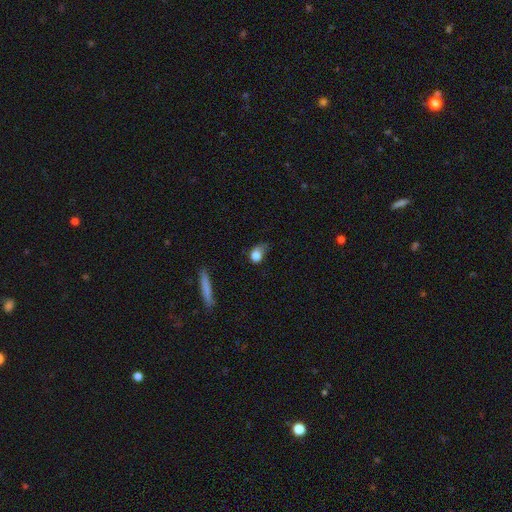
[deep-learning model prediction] Smooth or featured?
  - smooth: 78% *
  - featured or disk: 13%
  - star or artifact: 9%
How rounded?
  - in between: 59% *
  - round: 37%
  - cigar-shaped: 4%
Merging?
  - minor disturbance: 38% *
  - none: 30%
  - major disturbance: 28%
  - merger: 4%